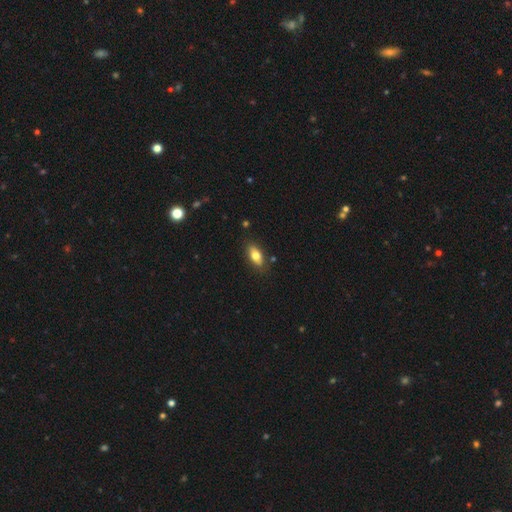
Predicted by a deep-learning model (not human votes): smooth_or_featured: smooth (p=0.75) [alt: featured or disk p=0.17]
how_rounded: in between (p=0.86) [alt: cigar-shaped p=0.10]
merging: none (p=0.84) [alt: minor disturbance p=0.12]